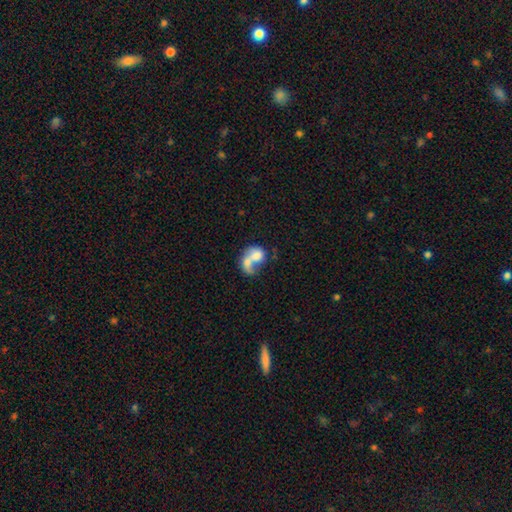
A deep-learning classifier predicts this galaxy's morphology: Overall: smooth (56%; featured or disk 36%). How rounded: in between (62%; round 36%). Merging: merger (68%).